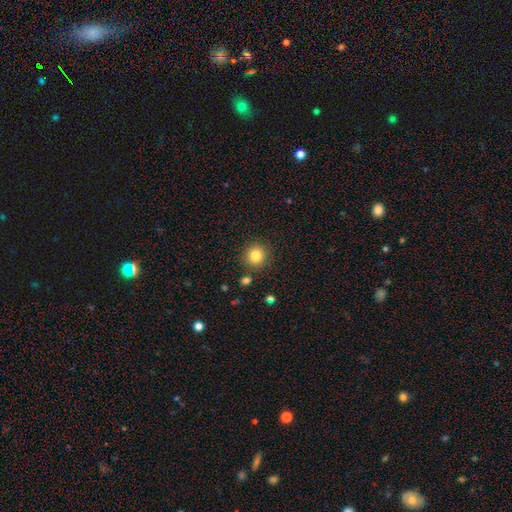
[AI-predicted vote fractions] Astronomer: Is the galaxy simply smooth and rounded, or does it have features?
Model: smooth — 82%.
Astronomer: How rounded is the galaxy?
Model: round — 92%.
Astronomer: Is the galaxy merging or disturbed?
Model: none — 87%.